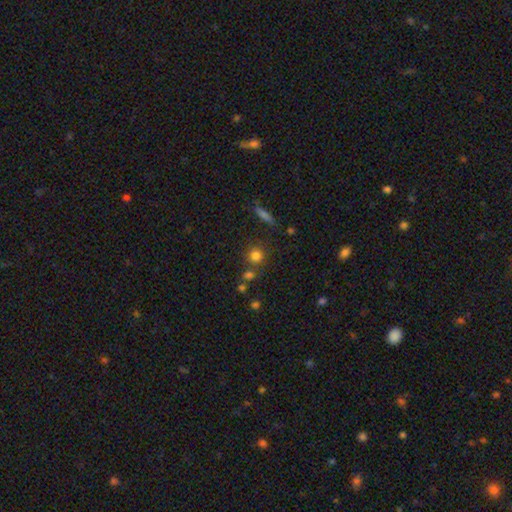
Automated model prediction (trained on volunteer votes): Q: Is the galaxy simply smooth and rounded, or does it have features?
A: smooth — 78%.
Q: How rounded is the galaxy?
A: round — 88%.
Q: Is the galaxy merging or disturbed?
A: none — 71%.